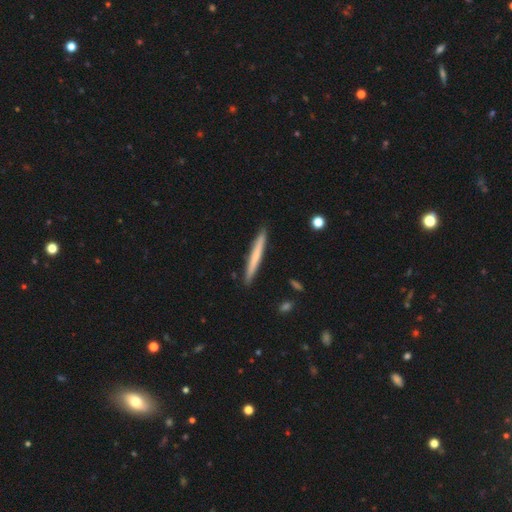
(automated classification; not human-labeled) Smooth or featured: smooth — 63% (featured or disk — 32%)
How rounded: cigar-shaped — 97% (in between — 2%)
Merging: none — 91% (minor disturbance — 6%)